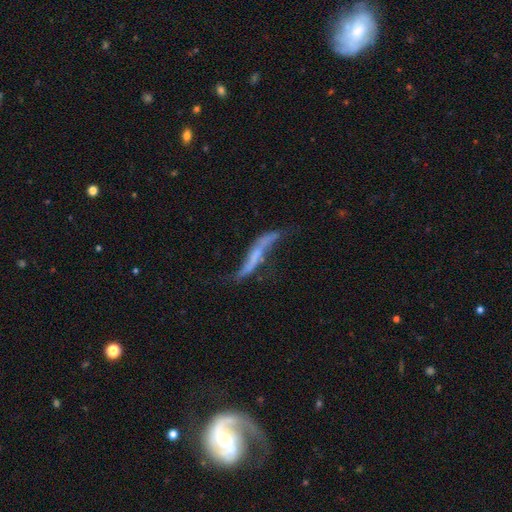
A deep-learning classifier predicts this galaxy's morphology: Smooth or featured? Predicted: featured or disk (p=0.70). Edge-on disk? Predicted: no (p=0.58). Merging? Predicted: none (p=0.41).